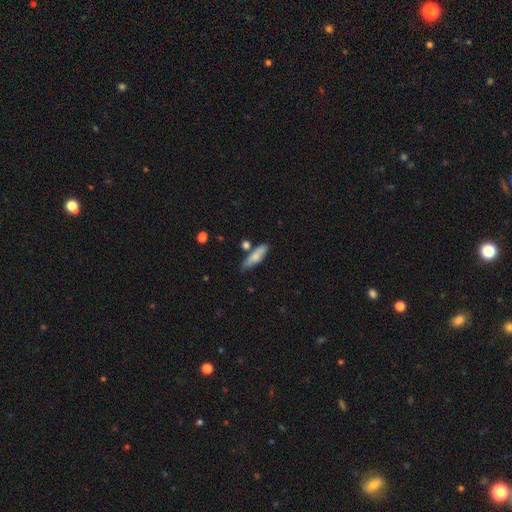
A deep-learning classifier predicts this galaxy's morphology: Smooth or featured?
  - smooth: 75% *
  - featured or disk: 19%
  - star or artifact: 6%
How rounded?
  - cigar-shaped: 58% *
  - in between: 39%
  - round: 3%
Merging?
  - none: 64% *
  - minor disturbance: 21%
  - merger: 10%
  - major disturbance: 5%